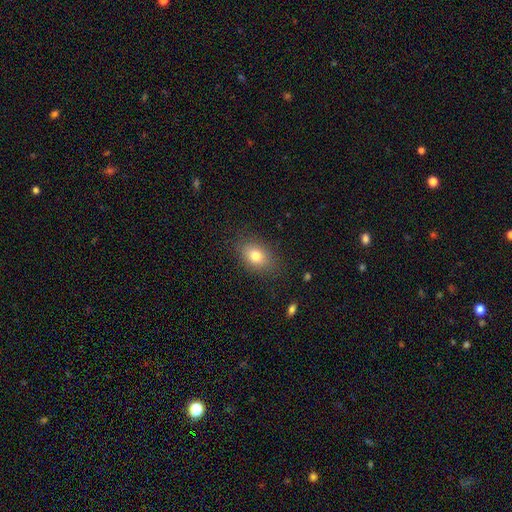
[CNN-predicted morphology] The model was most divided on "how rounded": in between: 79%, round: 20%, cigar-shaped: 2%. More confident: merging — none (83%); smooth or featured — smooth (78%).